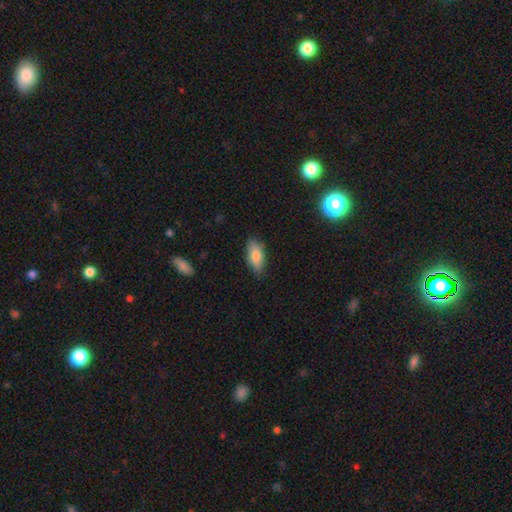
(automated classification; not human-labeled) Overall: smooth (80%). How rounded: in between (84%). Merging: none (81%).